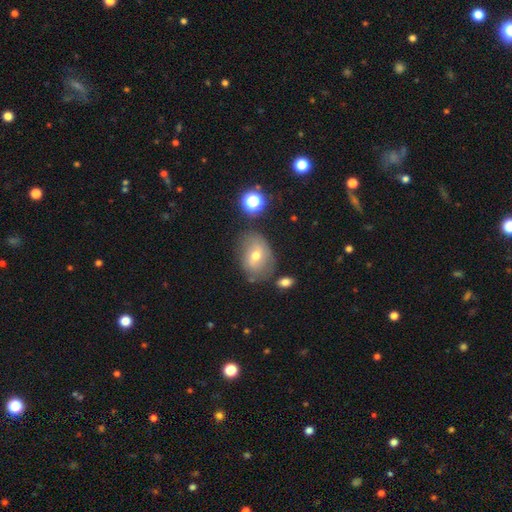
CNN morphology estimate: smooth_or_featured: smooth (p=0.53) [alt: featured or disk p=0.34]
how_rounded: in between (p=0.68) [alt: round p=0.30]
merging: none (p=0.62) [alt: minor disturbance p=0.24]